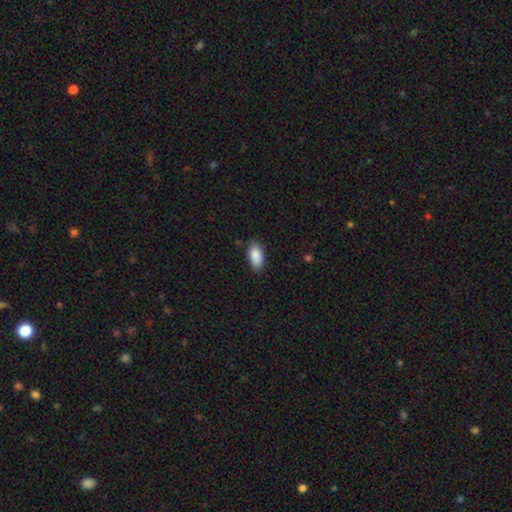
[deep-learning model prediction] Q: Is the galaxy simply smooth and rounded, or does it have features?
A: smooth — 89%.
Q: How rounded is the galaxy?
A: in between — 92%.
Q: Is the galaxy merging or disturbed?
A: none — 83%.